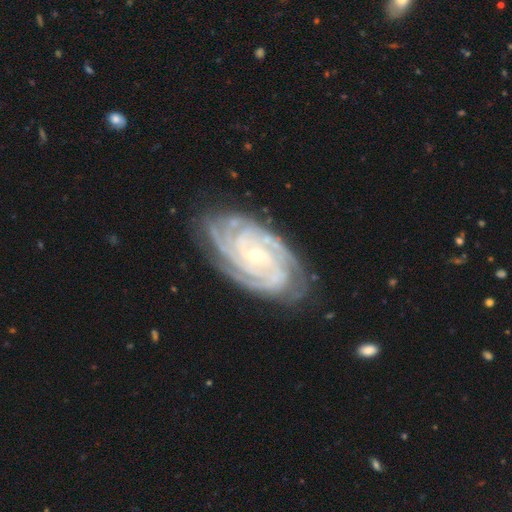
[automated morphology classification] The model was most divided on "spiral arm count": 4: 35%, 3: 20%, more than 4: 15%, can't tell: 14%, 2: 10%, 1: 7%. More confident: spiral arms — yes (99%); edge-on disk — no (97%); smooth or featured — featured or disk (91%); spiral winding — tight (81%); merging — none (80%); bulge size — small (75%); bar — no (59%).